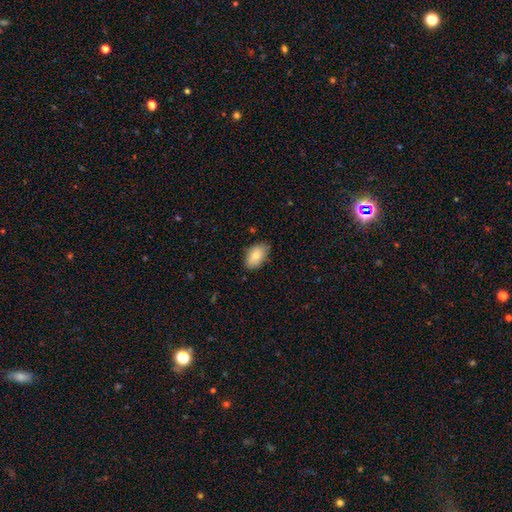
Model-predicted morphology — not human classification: Q: Smooth or featured?
A: smooth (81%); runner-up: featured or disk (12%)
Q: How rounded?
A: in between (92%); runner-up: round (6%)
Q: Merging?
A: none (81%); runner-up: minor disturbance (16%)